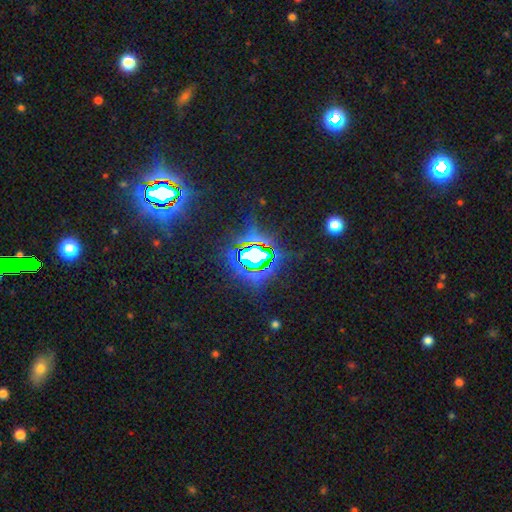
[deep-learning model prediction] Q: Smooth or featured?
A: star or artifact (80%); runner-up: smooth (10%)